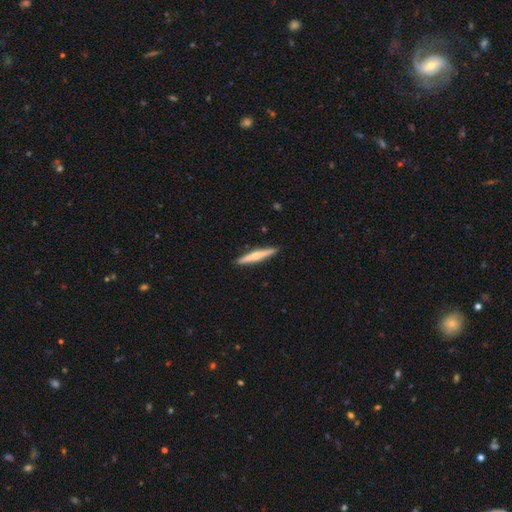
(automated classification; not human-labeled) Q: Smooth or featured?
A: featured or disk (55%); runner-up: smooth (40%)
Q: Edge-on disk?
A: yes (97%); runner-up: no (3%)
Q: Edge-on bulge?
A: rounded (82%); runner-up: none (14%)
Q: Merging?
A: none (91%); runner-up: minor disturbance (6%)